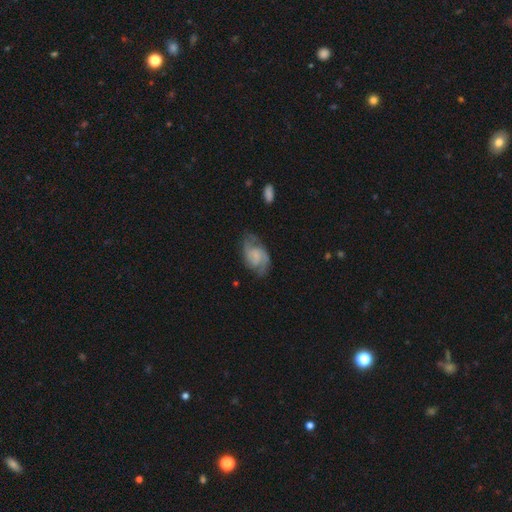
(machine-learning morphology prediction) smooth-or-featured: featured or disk: 67% | smooth: 26% | star or artifact: 7%
  disk-edge-on: no: 97% | yes: 3%
    bar: no: 52% | weak: 40% | strong: 7%
    has-spiral-arms: yes: 90% | no: 10%
      spiral-winding: medium: 49% | tight: 27% | loose: 24%
      spiral-arm-count: 2: 75% | can't tell: 13% | 3: 6% | 1: 3% | 4: 2% | more than 4: 2%
    bulge-size: none: 40% | small: 36% | moderate: 17% | large: 5% | dominant: 2%
  merging: none: 63% | minor disturbance: 24% | major disturbance: 12% | merger: 2%